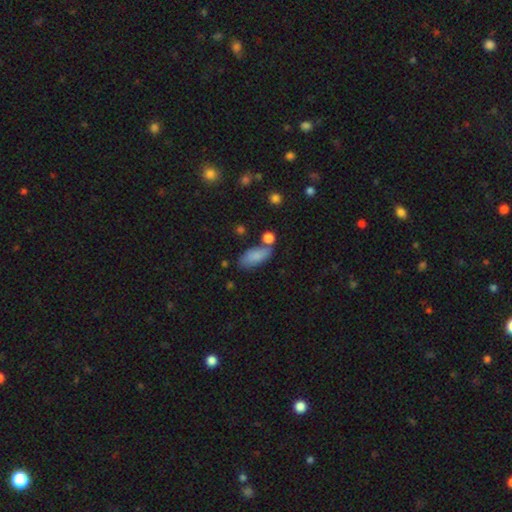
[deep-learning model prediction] Smooth or featured?
  - smooth: 84% *
  - featured or disk: 9%
  - star or artifact: 8%
How rounded?
  - in between: 84% *
  - cigar-shaped: 12%
  - round: 3%
Merging?
  - none: 61% *
  - minor disturbance: 18%
  - merger: 15%
  - major disturbance: 6%